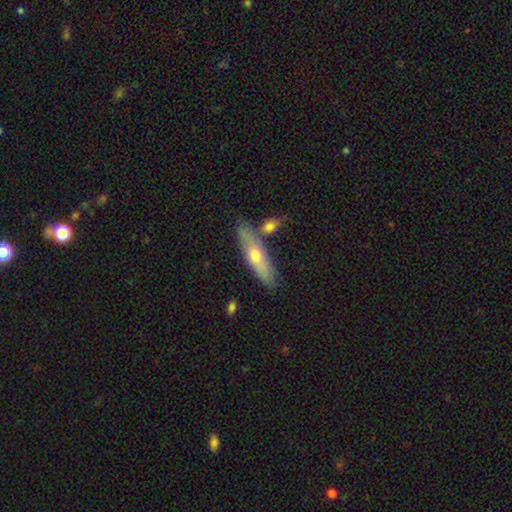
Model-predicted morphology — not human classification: smooth_or_featured: smooth (p=0.50) [alt: featured or disk p=0.44]
merging: none (p=0.74) [alt: minor disturbance p=0.12]